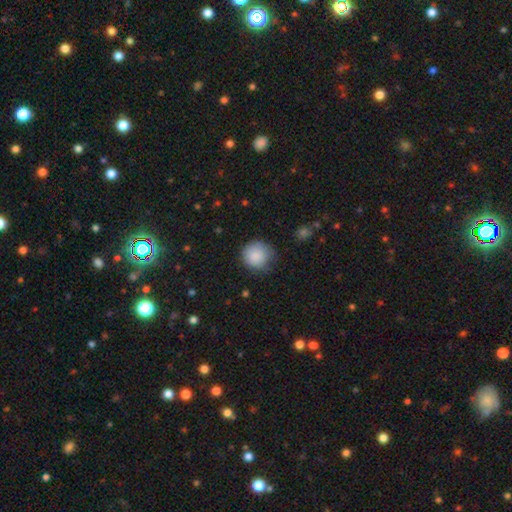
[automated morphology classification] This is clearly a smooth galaxy (87%). How rounded: clearly round (93%). Merging: likely none (73%).